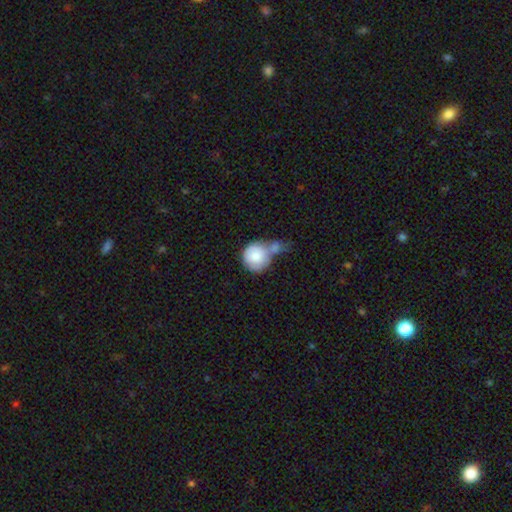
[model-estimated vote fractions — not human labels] Morphology: type=smooth (81%); roundness=round (90%); merging=merger (51%).